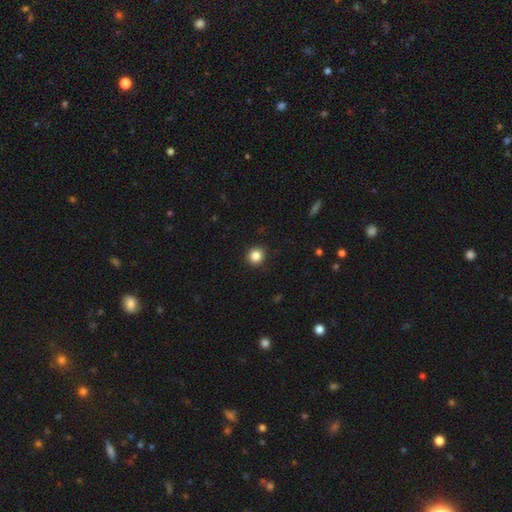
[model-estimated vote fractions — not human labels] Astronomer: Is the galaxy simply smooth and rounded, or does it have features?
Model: smooth — 85%.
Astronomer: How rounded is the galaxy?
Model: round — 92%.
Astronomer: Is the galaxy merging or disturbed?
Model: none — 92%.